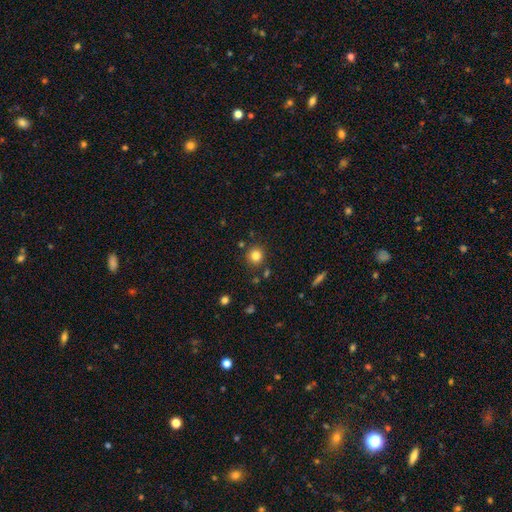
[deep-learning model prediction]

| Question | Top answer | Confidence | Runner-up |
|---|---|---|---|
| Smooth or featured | smooth | 82% | star or artifact (12%) |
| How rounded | round | 90% | in between (9%) |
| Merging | none | 85% | minor disturbance (8%) |